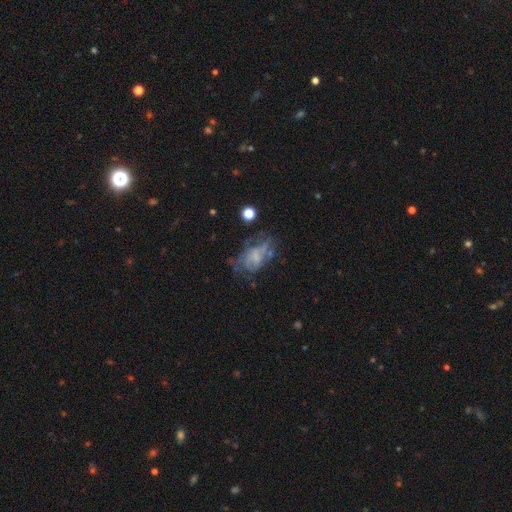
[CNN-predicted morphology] Q: Smooth or featured?
A: featured or disk (57%); runner-up: smooth (28%)
Q: Edge-on disk?
A: no (96%); runner-up: yes (4%)
Q: Bar?
A: no (70%); runner-up: weak (23%)
Q: Spiral arms?
A: no (54%); runner-up: yes (46%)
Q: Bulge size?
A: none (52%); runner-up: small (29%)
Q: Merging?
A: none (38%); runner-up: major disturbance (32%)